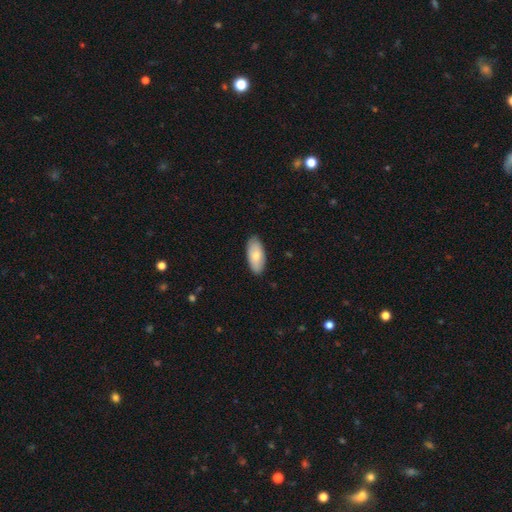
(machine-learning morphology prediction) Smooth or featured?
  - smooth: 76% *
  - featured or disk: 18%
  - star or artifact: 6%
How rounded?
  - in between: 91% *
  - cigar-shaped: 7%
  - round: 2%
Merging?
  - none: 87% *
  - minor disturbance: 11%
  - major disturbance: 2%
  - merger: 1%